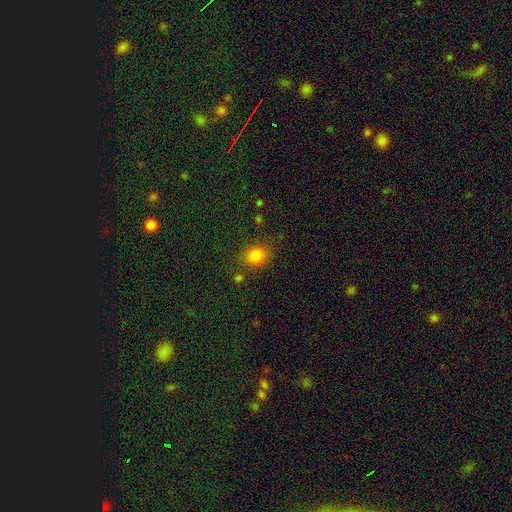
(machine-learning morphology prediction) Smooth or featured?
  - smooth: 81% *
  - star or artifact: 13%
  - featured or disk: 6%
How rounded?
  - round: 65% *
  - in between: 34%
  - cigar-shaped: 1%
Merging?
  - none: 79% *
  - minor disturbance: 12%
  - merger: 5%
  - major disturbance: 5%